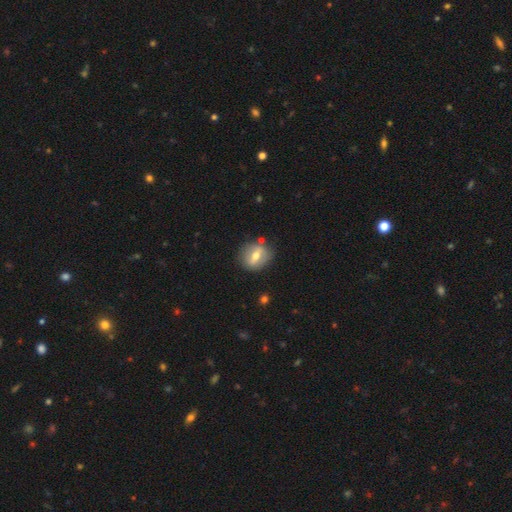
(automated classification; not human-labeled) Smooth or featured? Predicted: featured or disk (p=0.50). Edge-on disk? Predicted: no (p=0.83). Merging? Predicted: none (p=0.80).